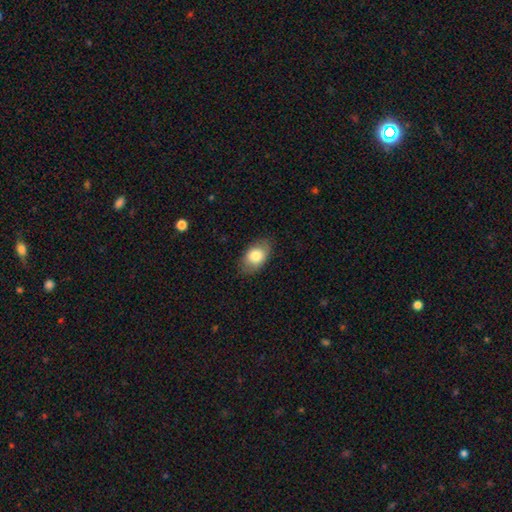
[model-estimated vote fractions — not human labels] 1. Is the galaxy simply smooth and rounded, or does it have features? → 79% smooth, 14% featured or disk, 7% star or artifact.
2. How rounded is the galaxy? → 88% in between, 11% round, 1% cigar-shaped.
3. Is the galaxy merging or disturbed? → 82% none, 14% minor disturbance, 3% major disturbance, 1% merger.